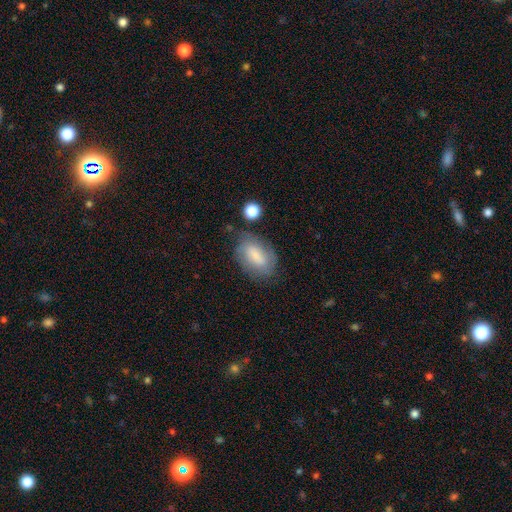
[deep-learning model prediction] smooth 64%, featured or disk 28%, star or artifact 8%. Down the decision tree: how rounded — in between (88%); merging — none (66%).